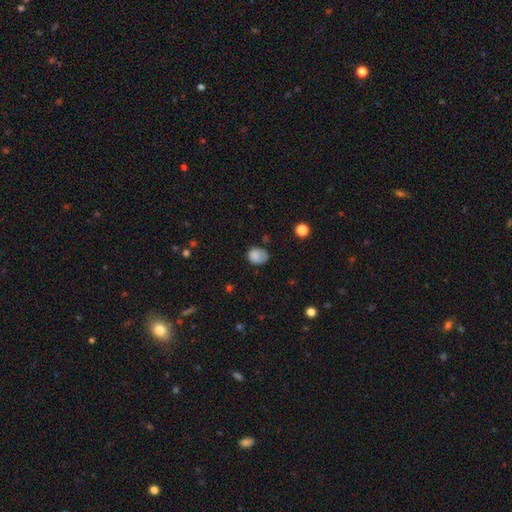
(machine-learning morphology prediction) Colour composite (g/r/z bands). It shows a smooth galaxy with no disk features (82%) that is round (56%). Merging: none (57%).